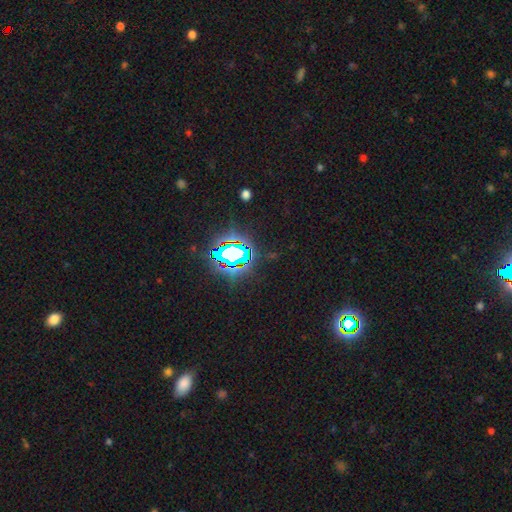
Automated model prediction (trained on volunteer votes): Smooth or featured: star or artifact — 80% (smooth — 12%)